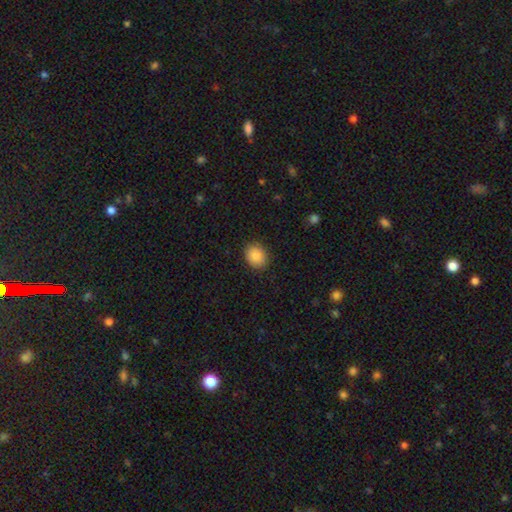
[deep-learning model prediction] Overall: smooth (88%). How rounded: round (57%; in between 42%). Merging: none (88%).